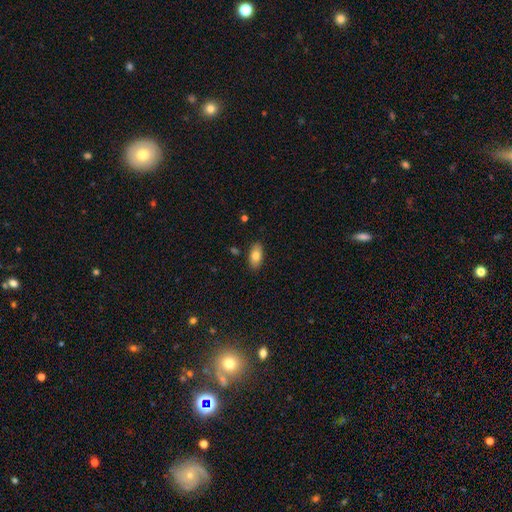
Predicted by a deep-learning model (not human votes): Smooth or featured?
  - smooth: 79% *
  - featured or disk: 13%
  - star or artifact: 7%
How rounded?
  - in between: 91% *
  - cigar-shaped: 6%
  - round: 3%
Merging?
  - none: 86% *
  - minor disturbance: 10%
  - major disturbance: 2%
  - merger: 2%